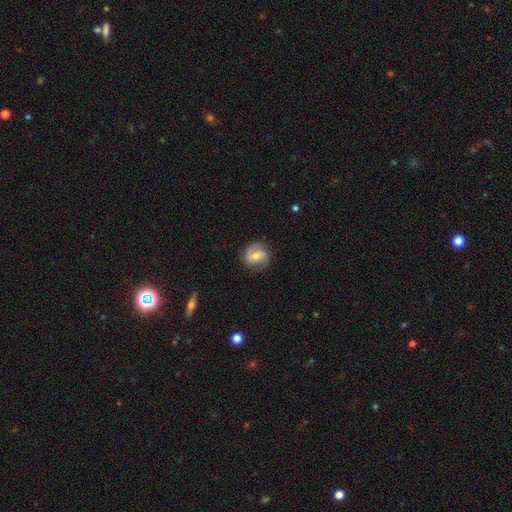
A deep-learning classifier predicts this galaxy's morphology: Smooth or featured: featured or disk — 59% (smooth — 34%)
Edge-on disk: no — 96% (yes — 4%)
Bar: weak — 43% (no — 31%)
Spiral arms: yes — 85% (no — 15%)
Bulge size: moderate — 56% (small — 36%)
Merging: none — 76% (minor disturbance — 17%)